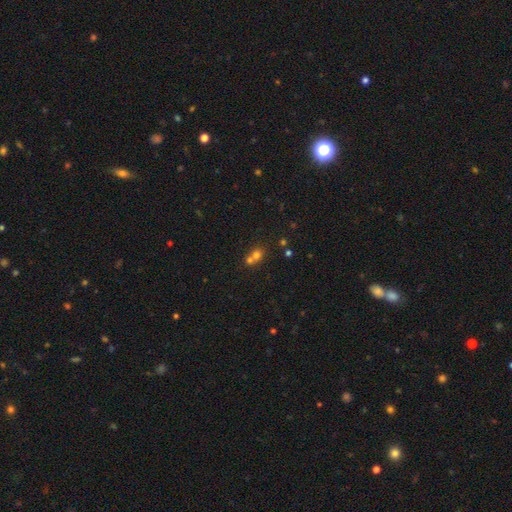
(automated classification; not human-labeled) This is likely a smooth galaxy (65%). How rounded: likely round (74%). Merging: possibly merger (56%).